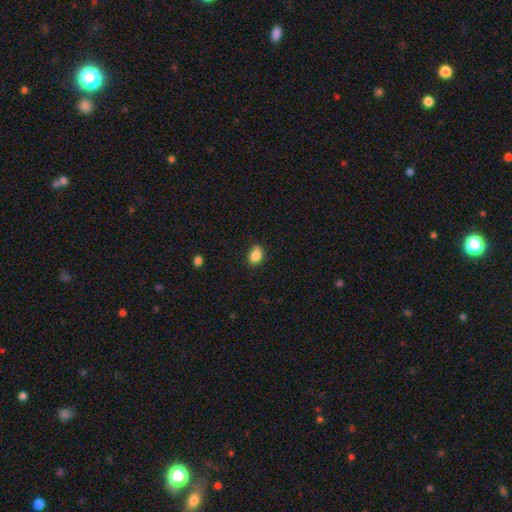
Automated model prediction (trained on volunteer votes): Overall: smooth (86%). How rounded: in between (68%; round 31%). Merging: none (76%).